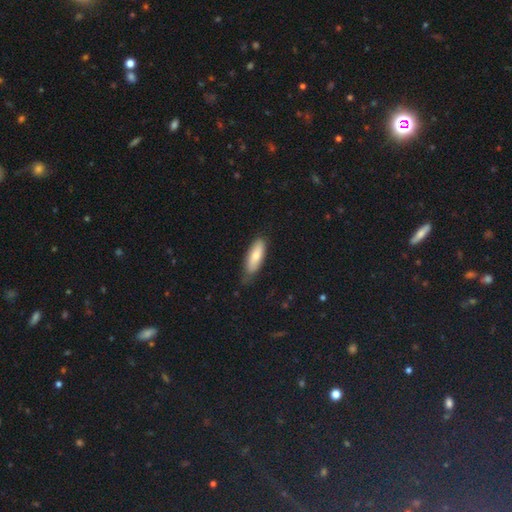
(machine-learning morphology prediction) smooth 76%, featured or disk 18%, star or artifact 6%. Down the decision tree: how rounded — in between (61%); merging — none (67%).